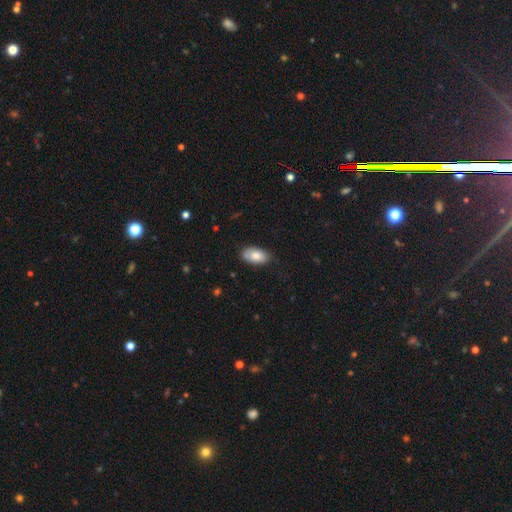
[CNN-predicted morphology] A smooth galaxy with no disk features (81%) that is in between round and cigar-shaped (94%).

Vote fractions:
- Smooth or featured? smooth: 81% / featured or disk: 13% / star or artifact: 6%
- How rounded? in between: 94% / round: 4% / cigar-shaped: 2%
- Merging? none: 75% / minor disturbance: 20% / major disturbance: 3% / merger: 1%